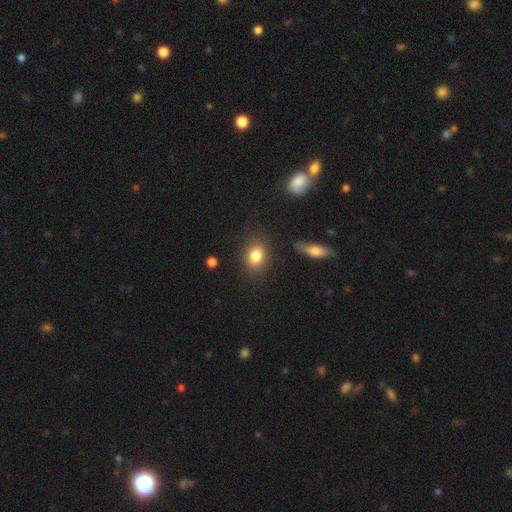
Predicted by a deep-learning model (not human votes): A smooth galaxy with no disk features (82%) that is in between round and cigar-shaped (60%). Merging: none (83%).